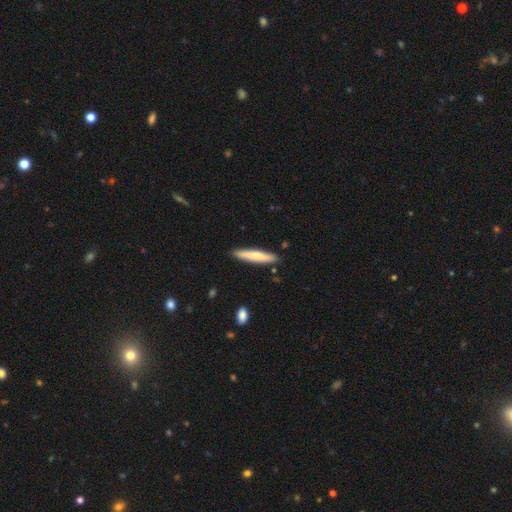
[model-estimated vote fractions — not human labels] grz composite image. It shows a smooth galaxy with no disk features (70%) that is cigar-shaped (91%). Merging: none (89%).